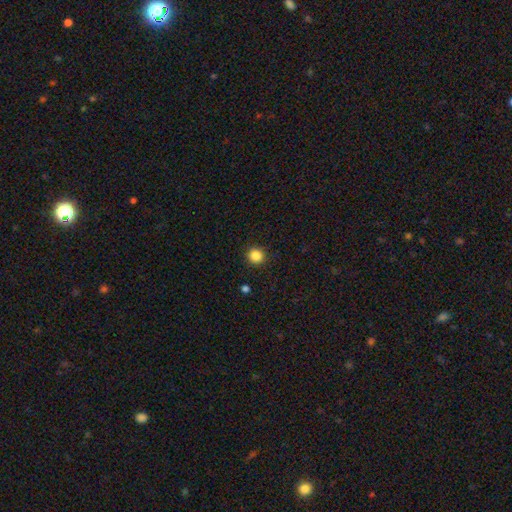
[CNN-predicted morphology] Overall: smooth (86%). How rounded: round (92%). Merging: none (91%).